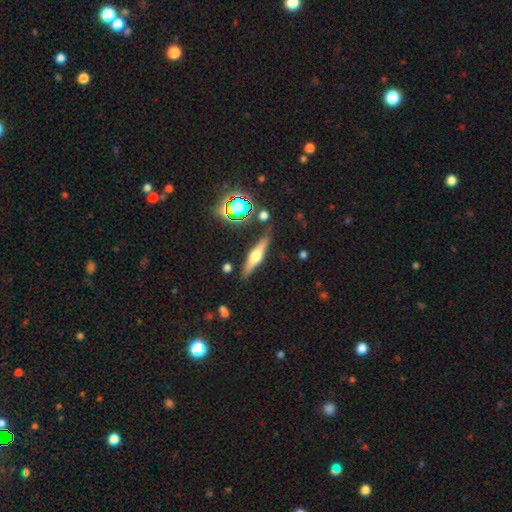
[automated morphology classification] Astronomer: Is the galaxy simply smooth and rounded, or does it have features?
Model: featured or disk — 59%.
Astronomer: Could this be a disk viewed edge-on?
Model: yes — 95%.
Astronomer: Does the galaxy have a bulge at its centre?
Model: rounded — 91%.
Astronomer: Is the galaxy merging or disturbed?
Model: none — 83%.